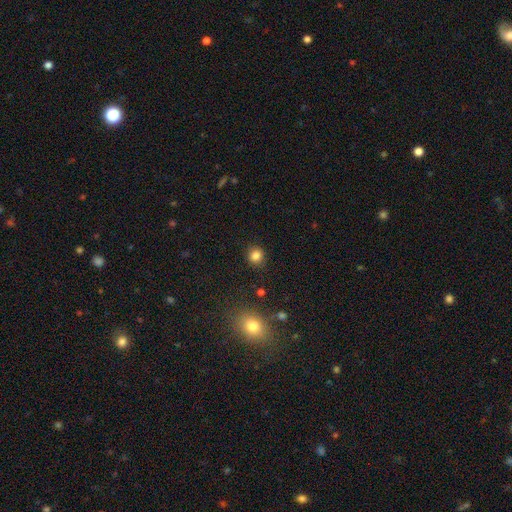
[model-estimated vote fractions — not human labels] smooth_or_featured: smooth (p=0.84) [alt: star or artifact p=0.12]
how_rounded: round (p=0.88) [alt: in between p=0.11]
merging: none (p=0.89) [alt: minor disturbance p=0.07]